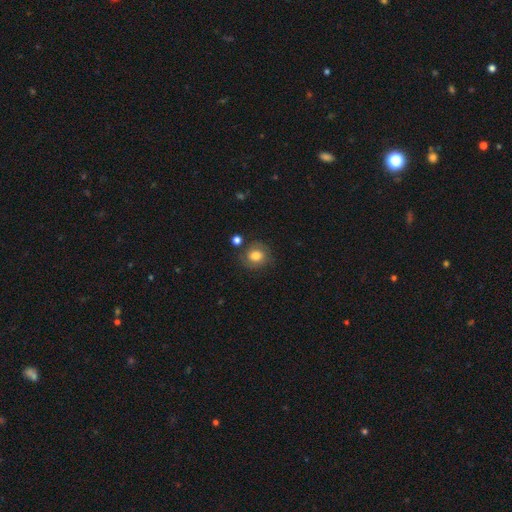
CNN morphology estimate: Overall: smooth (66%). How rounded: round (78%). Merging: none (74%).